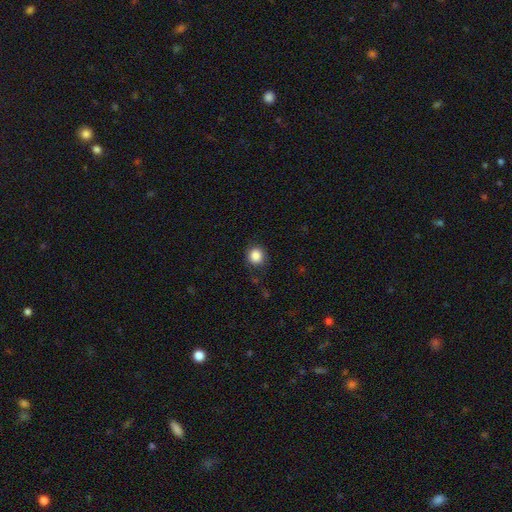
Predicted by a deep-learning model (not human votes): Smooth or featured? Predicted: smooth (p=0.87). How rounded? Predicted: round (p=0.88). Merging? Predicted: none (p=0.85).